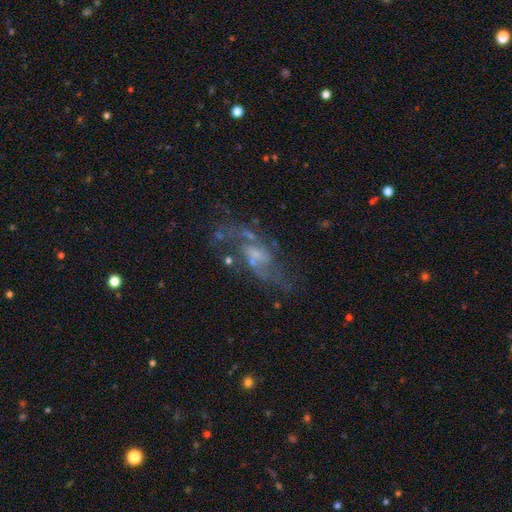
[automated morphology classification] smooth-or-featured: featured or disk: 79% | smooth: 11% | star or artifact: 10%
  disk-edge-on: no: 94% | yes: 6%
    bar: weak: 44% | no: 40% | strong: 15%
    has-spiral-arms: yes: 84% | no: 16%
      spiral-winding: loose: 49% | medium: 40% | tight: 12%
      spiral-arm-count: 2: 72% | can't tell: 13% | 3: 6% | 1: 5% | 4: 2% | more than 4: 2%
    bulge-size: small: 43% | none: 32% | moderate: 21% | large: 4% | dominant: 1%
  merging: none: 52% | major disturbance: 23% | minor disturbance: 19% | merger: 7%